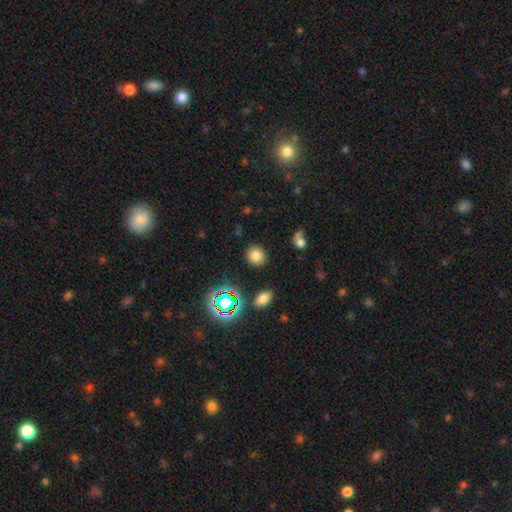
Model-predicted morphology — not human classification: smooth 77%, star or artifact 16%, featured or disk 7%. Down the decision tree: how rounded — round (85%); merging — none (88%).